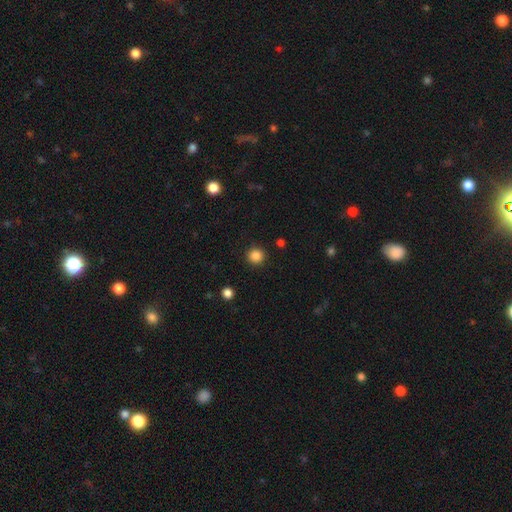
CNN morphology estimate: type=smooth (85%); roundness=round (95%); merging=none (92%).